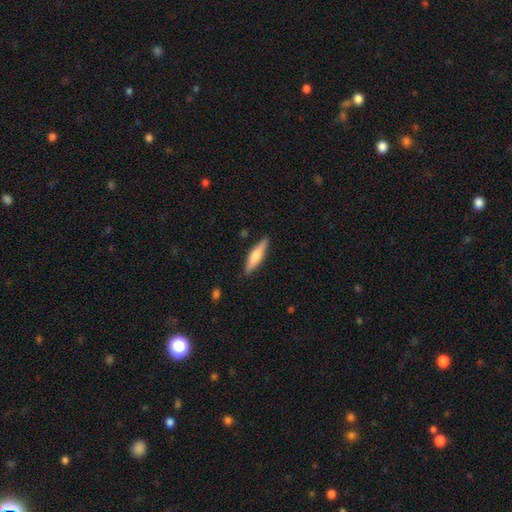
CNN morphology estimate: This is possibly a smooth galaxy (54%). How rounded: likely cigar-shaped (75%). Merging: clearly none (88%).